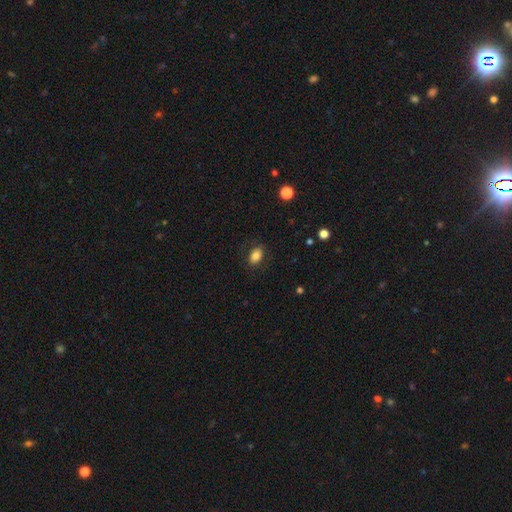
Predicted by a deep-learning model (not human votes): Smooth or featured: smooth — 83% (star or artifact — 9%)
How rounded: in between — 84% (round — 14%)
Merging: none — 84% (minor disturbance — 11%)